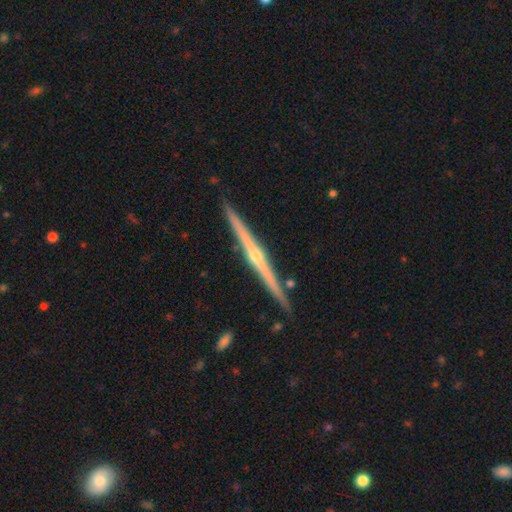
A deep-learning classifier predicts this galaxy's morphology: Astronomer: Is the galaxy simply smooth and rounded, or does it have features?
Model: featured or disk — 87%.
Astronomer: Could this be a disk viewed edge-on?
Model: yes — 99%.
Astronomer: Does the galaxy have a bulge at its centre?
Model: rounded — 84%.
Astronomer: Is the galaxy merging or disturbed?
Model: none — 91%.